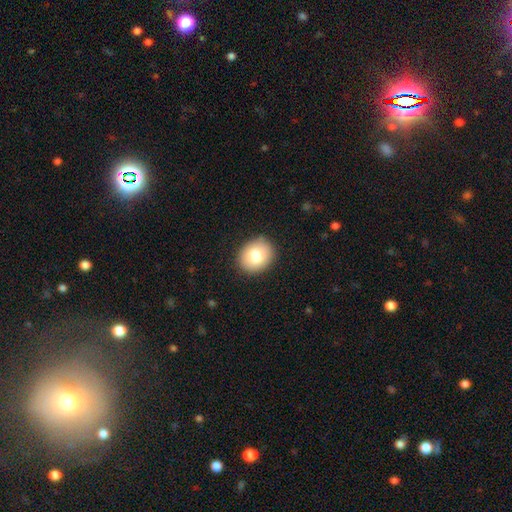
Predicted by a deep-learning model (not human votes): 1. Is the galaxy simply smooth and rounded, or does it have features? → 79% smooth, 12% featured or disk, 9% star or artifact.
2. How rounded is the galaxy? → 63% round, 36% in between, 1% cigar-shaped.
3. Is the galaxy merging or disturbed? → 89% none, 8% minor disturbance, 2% major disturbance, 1% merger.